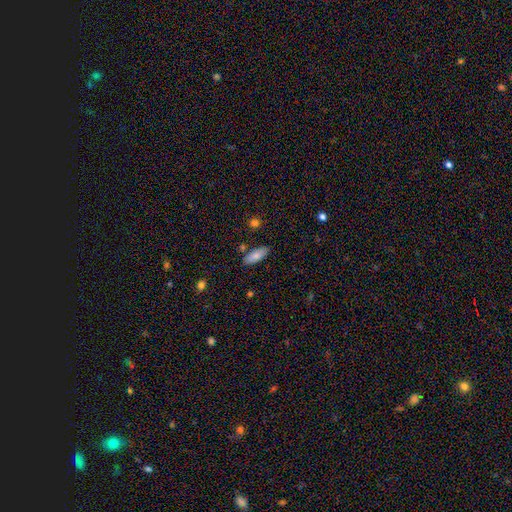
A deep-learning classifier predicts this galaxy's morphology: The model was most divided on "how rounded": in between: 73%, cigar-shaped: 25%, round: 2%. More confident: merging — none (84%); smooth or featured — smooth (82%).